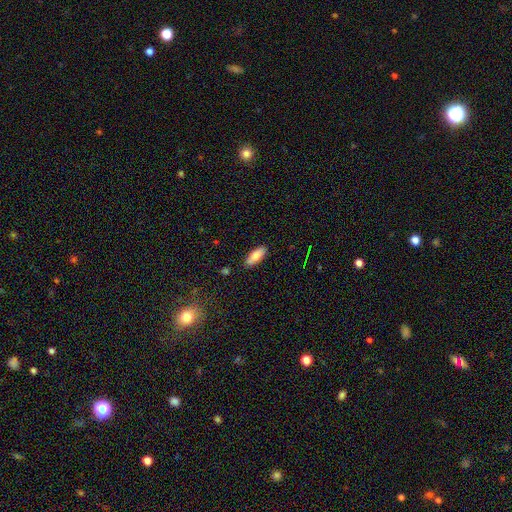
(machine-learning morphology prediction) smooth-or-featured: smooth: 77% | featured or disk: 16% | star or artifact: 7%
  how-rounded: in between: 71% | cigar-shaped: 27% | round: 2%
  merging: none: 86% | minor disturbance: 11% | major disturbance: 2% | merger: 2%